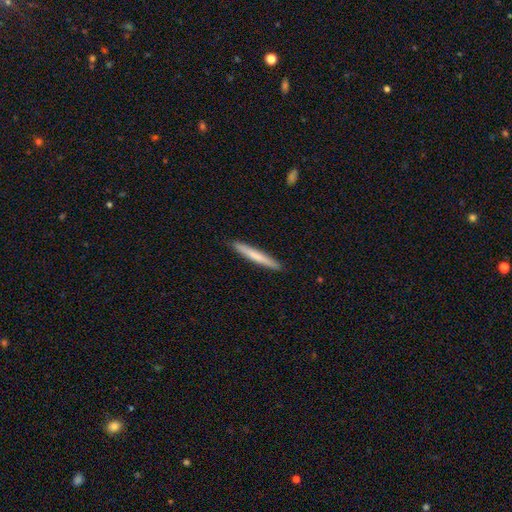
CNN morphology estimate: smooth 67%, featured or disk 28%, star or artifact 5%. Down the decision tree: how rounded — cigar-shaped (96%); merging — none (92%).